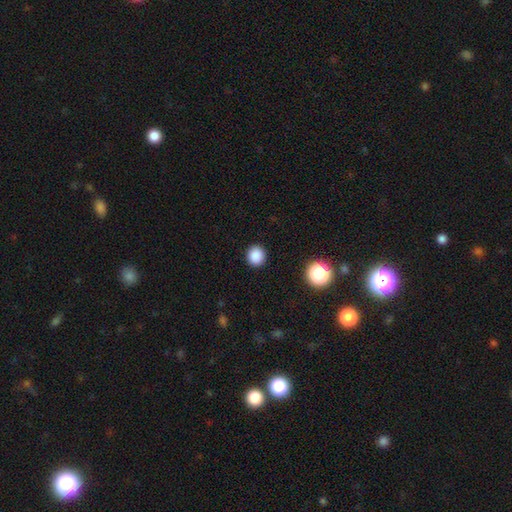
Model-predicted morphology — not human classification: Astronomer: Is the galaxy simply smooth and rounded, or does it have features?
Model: smooth — 87%.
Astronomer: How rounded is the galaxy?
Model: round — 88%.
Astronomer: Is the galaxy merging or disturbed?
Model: none — 92%.